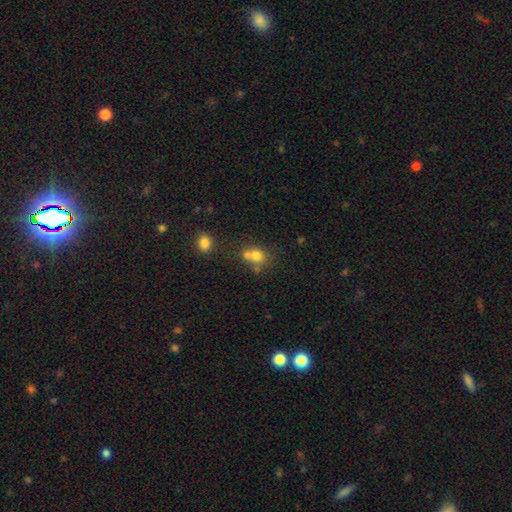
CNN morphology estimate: Smooth or featured? Predicted: smooth (p=0.72). How rounded? Predicted: round (p=0.73). Merging? Predicted: merger (p=0.43).